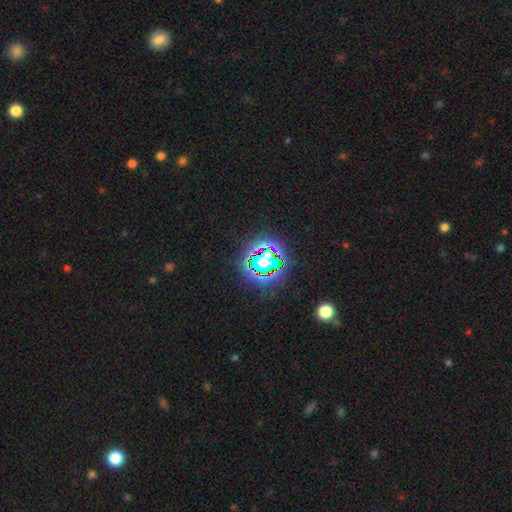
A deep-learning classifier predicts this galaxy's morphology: smooth-or-featured: star or artifact: 81% | smooth: 12% | featured or disk: 7%